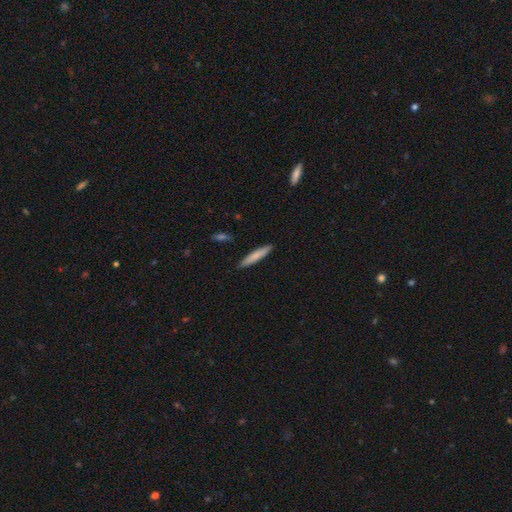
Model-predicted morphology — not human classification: A smooth galaxy with no disk features (76%) that is cigar-shaped (92%).

Vote fractions:
- Smooth or featured? smooth: 76% / featured or disk: 18% / star or artifact: 6%
- How rounded? cigar-shaped: 92% / in between: 6% / round: 1%
- Merging? none: 90% / minor disturbance: 7% / merger: 1% / major disturbance: 1%